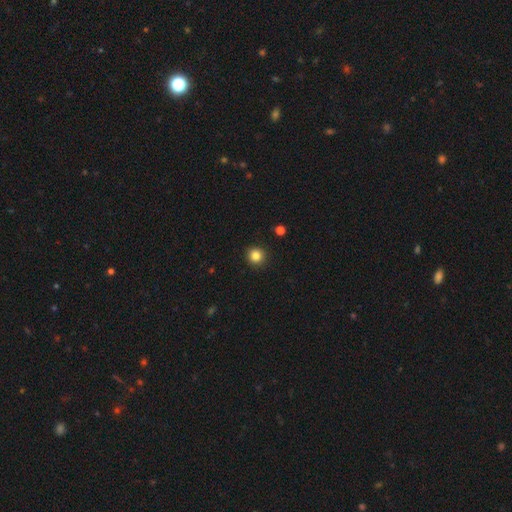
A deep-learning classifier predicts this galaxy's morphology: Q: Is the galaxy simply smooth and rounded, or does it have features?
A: smooth — 84%.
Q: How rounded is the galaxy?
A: round — 94%.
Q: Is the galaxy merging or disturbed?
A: none — 92%.